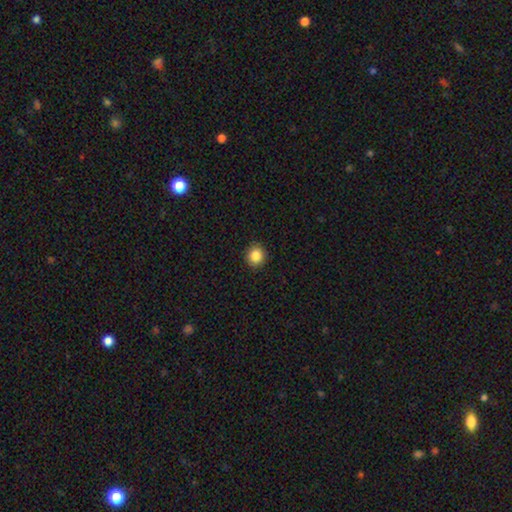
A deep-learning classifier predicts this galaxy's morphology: Q: Smooth or featured?
A: smooth (85%); runner-up: star or artifact (10%)
Q: How rounded?
A: round (89%); runner-up: in between (10%)
Q: Merging?
A: none (91%); runner-up: minor disturbance (6%)